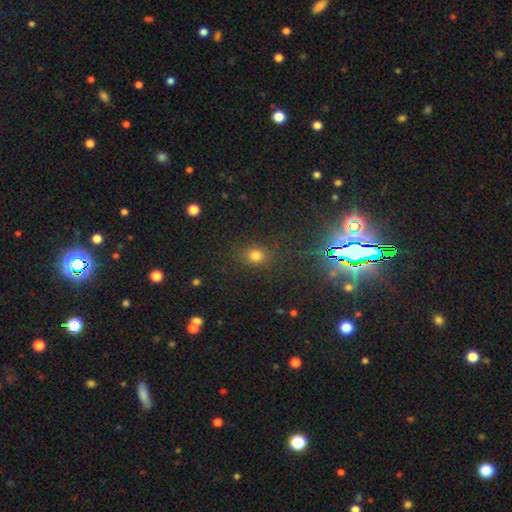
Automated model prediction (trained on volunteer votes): Smooth or featured? Predicted: smooth (p=0.71). How rounded? Predicted: round (p=0.73). Merging? Predicted: none (p=0.82).